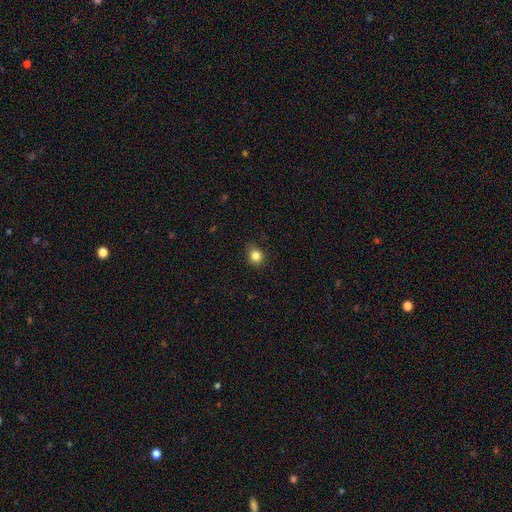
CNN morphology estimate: A smooth galaxy with no disk features (83%) that is round (79%). Merging: none (84%).